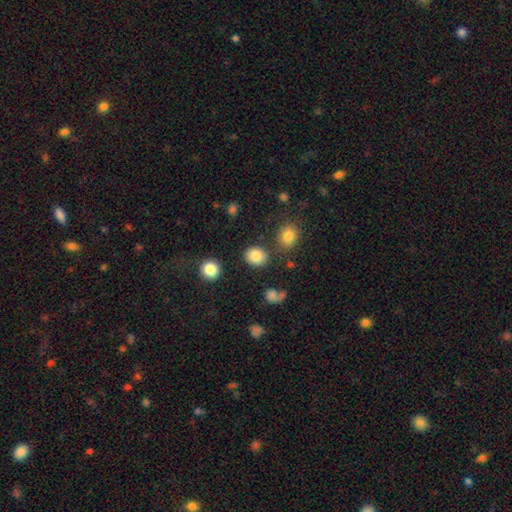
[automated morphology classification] Smooth or featured: smooth — 84% (star or artifact — 11%)
How rounded: round — 73% (in between — 26%)
Merging: none — 83% (minor disturbance — 9%)